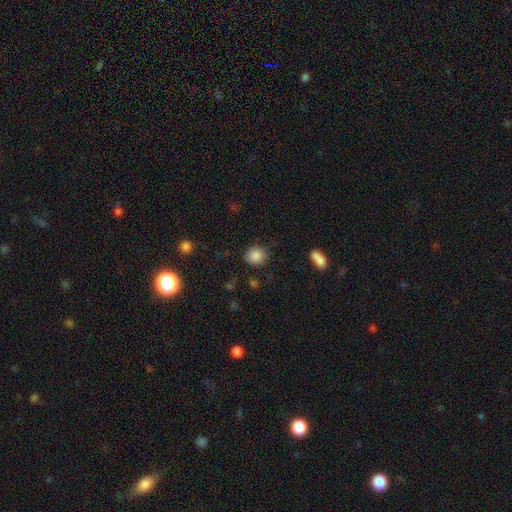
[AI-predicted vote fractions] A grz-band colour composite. It shows a smooth galaxy with no disk features (86%) that is round (80%). Merging: none (84%).